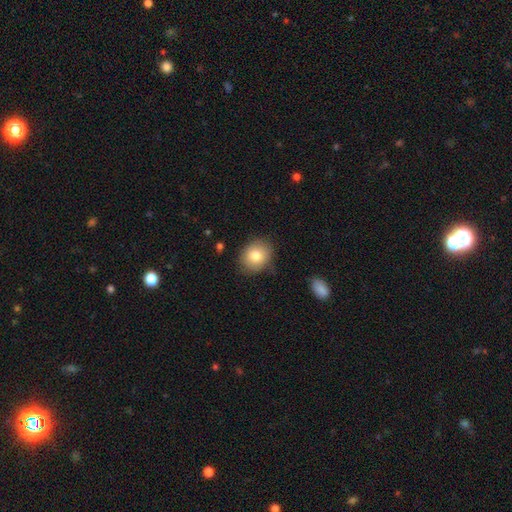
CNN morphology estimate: A smooth galaxy with no disk features (81%) that is round (64%). Merging: none (81%).